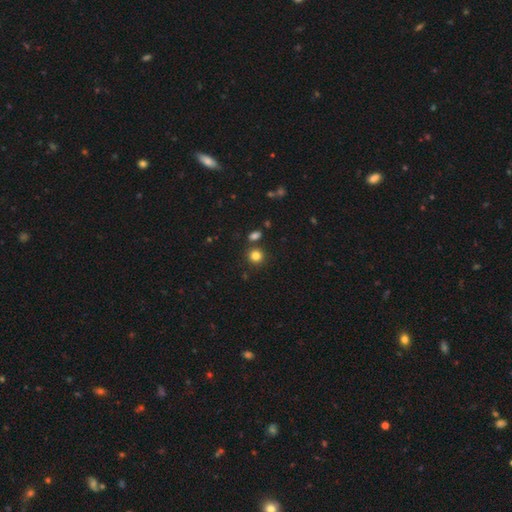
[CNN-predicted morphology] Smooth or featured?
  - smooth: 82% *
  - star or artifact: 13%
  - featured or disk: 5%
How rounded?
  - round: 89% *
  - in between: 10%
  - cigar-shaped: 1%
Merging?
  - none: 81% *
  - merger: 9%
  - minor disturbance: 8%
  - major disturbance: 3%